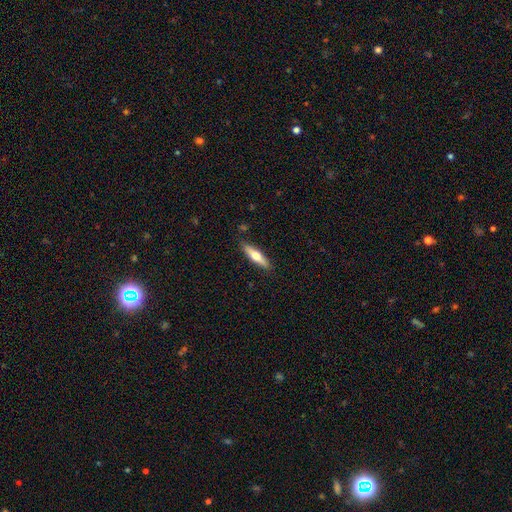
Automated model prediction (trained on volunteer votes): Smooth or featured? Predicted: smooth (p=0.53). How rounded? Predicted: cigar-shaped (p=0.74). Merging? Predicted: none (p=0.88).